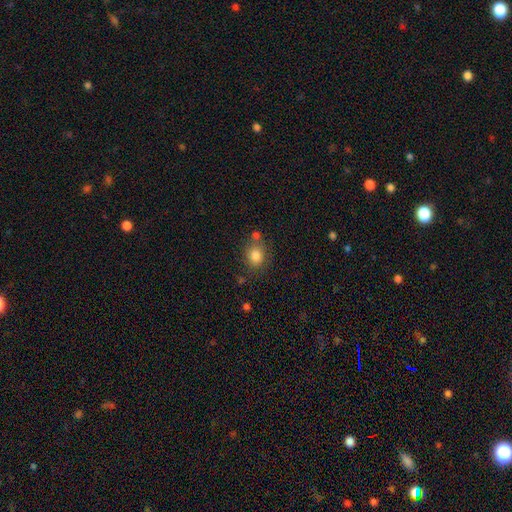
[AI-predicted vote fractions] This appears to be a smooth galaxy with no disk features (82%) that is round (67%). Merging: none (68%).